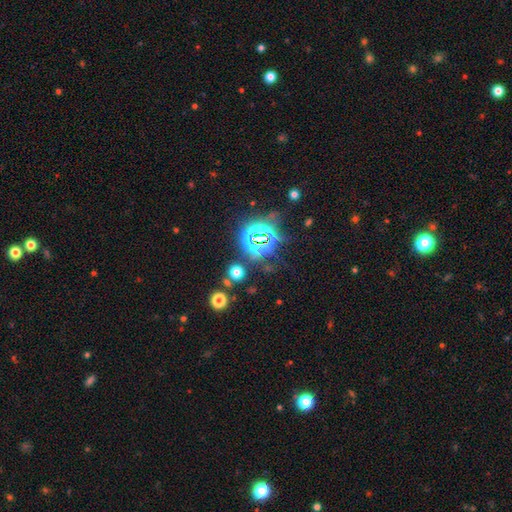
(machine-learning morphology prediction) A star or artifact, not a galaxy (81%).